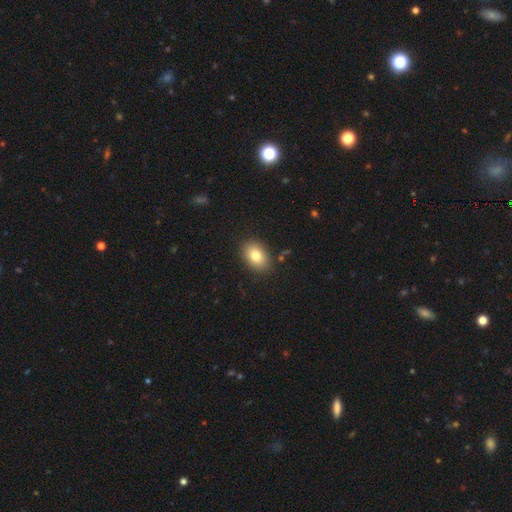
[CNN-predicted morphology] Q: Smooth or featured?
A: smooth (81%); runner-up: featured or disk (10%)
Q: How rounded?
A: in between (79%); runner-up: round (20%)
Q: Merging?
A: none (88%); runner-up: minor disturbance (9%)